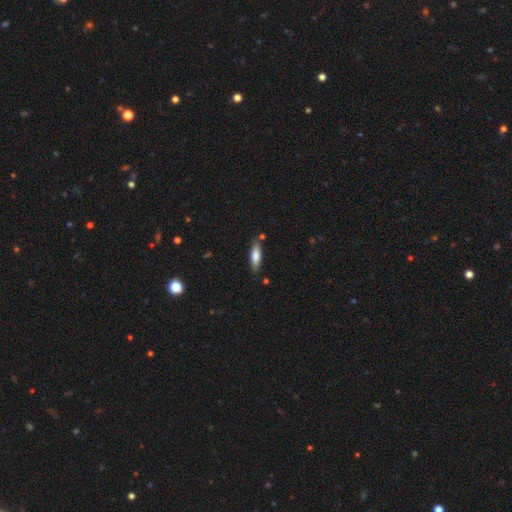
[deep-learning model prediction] A smooth galaxy with no disk features (76%) that is in between round and cigar-shaped (52%).

Vote fractions:
- Smooth or featured? smooth: 76% / featured or disk: 18% / star or artifact: 6%
- How rounded? in between: 52% / cigar-shaped: 46% / round: 2%
- Merging? none: 80% / minor disturbance: 14% / merger: 4% / major disturbance: 3%